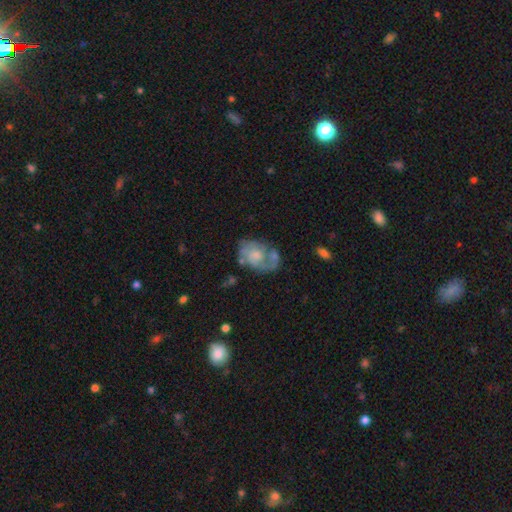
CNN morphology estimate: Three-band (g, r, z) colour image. It shows a featured or disk galaxy (63%) with no bar (77%), spiral arms (64%) and a moderate central bulge (39%). Merging: none (41%).